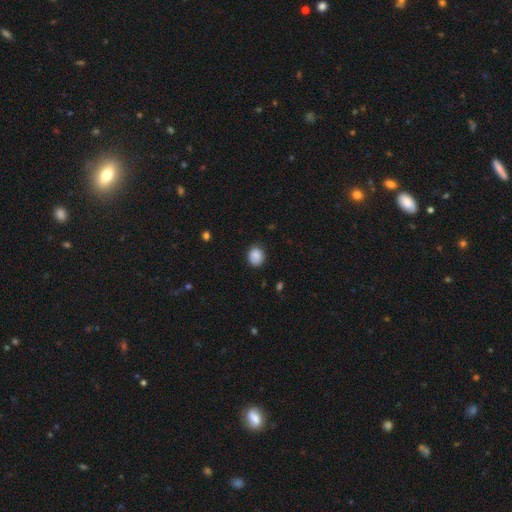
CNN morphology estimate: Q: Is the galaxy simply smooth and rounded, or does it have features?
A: smooth — 85%.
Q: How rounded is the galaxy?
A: round — 65%.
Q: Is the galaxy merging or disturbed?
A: none — 78%.